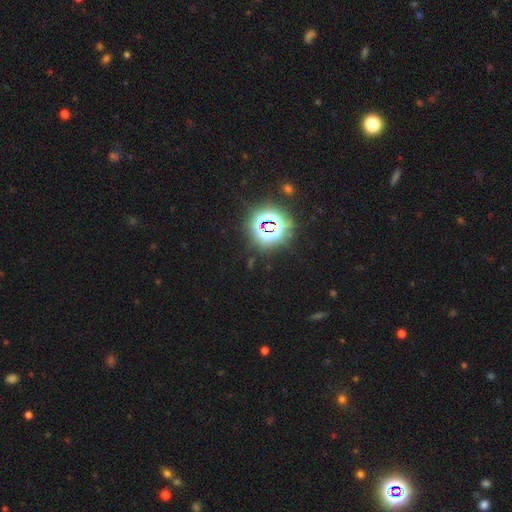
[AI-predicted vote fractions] A star or artifact, not a galaxy (79%).